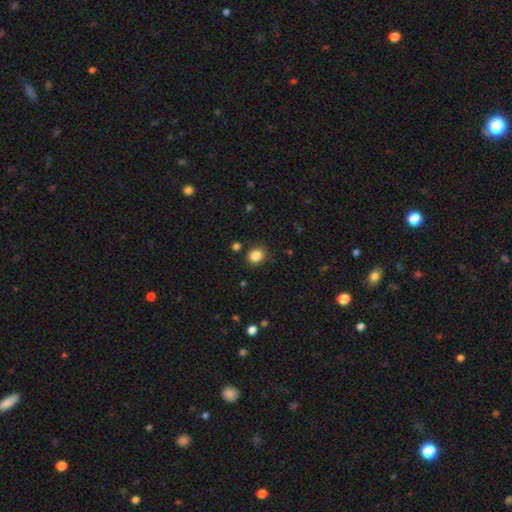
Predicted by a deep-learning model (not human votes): Smooth or featured? smooth (85%)
How rounded? round (67%)
Merging? none (85%)